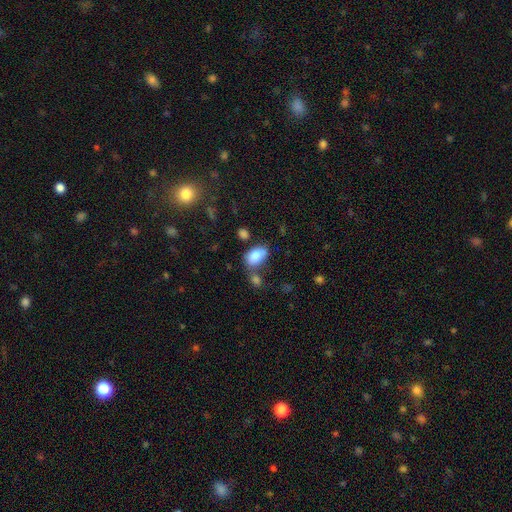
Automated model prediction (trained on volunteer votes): smooth_or_featured: smooth (p=0.83) [alt: featured or disk p=0.09]
how_rounded: in between (p=0.88) [alt: round p=0.10]
merging: none (p=0.48) [alt: merger p=0.23]